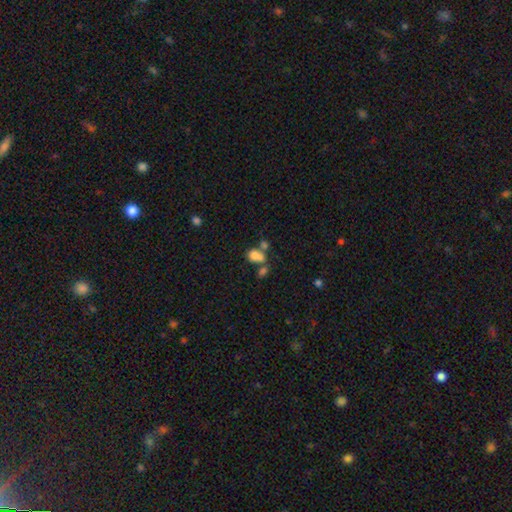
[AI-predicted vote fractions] Q: Smooth or featured?
A: smooth (76%); runner-up: featured or disk (13%)
Q: How rounded?
A: in between (71%); runner-up: round (28%)
Q: Merging?
A: merger (51%); runner-up: none (30%)